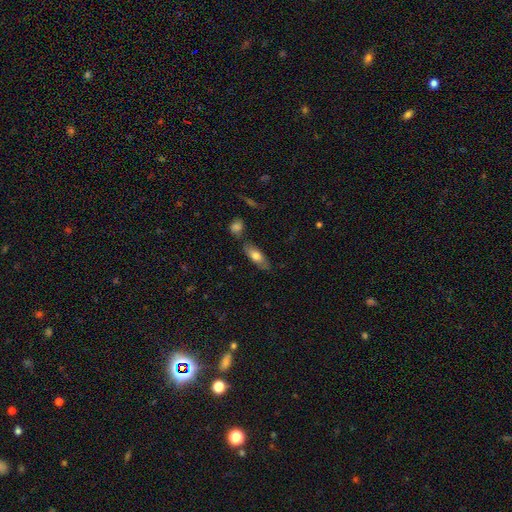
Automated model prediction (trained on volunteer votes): Morphology: type=smooth (69%); roundness=in between (65%); merging=none (75%).